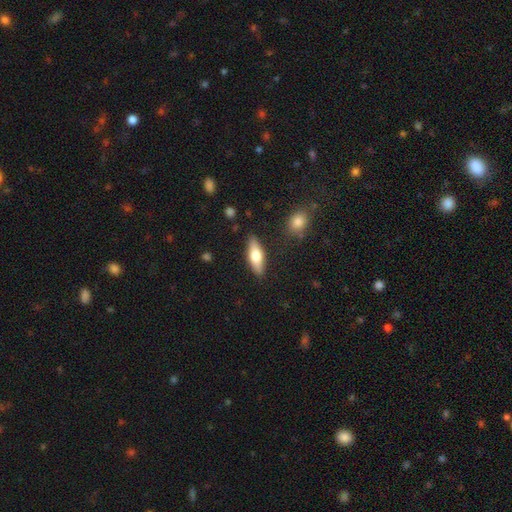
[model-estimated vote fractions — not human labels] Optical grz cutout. It shows a smooth galaxy with no disk features (63%) that is in between round and cigar-shaped (59%). Merging: none (85%).